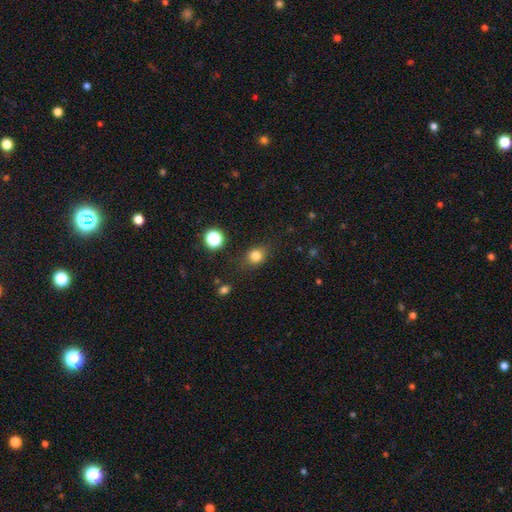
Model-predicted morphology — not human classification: smooth-or-featured: smooth: 81% | star or artifact: 13% | featured or disk: 6%
  how-rounded: round: 64% | in between: 35% | cigar-shaped: 1%
  merging: none: 79% | minor disturbance: 14% | major disturbance: 5% | merger: 2%